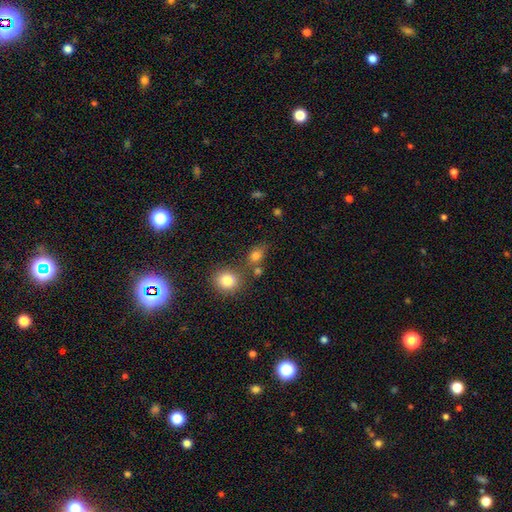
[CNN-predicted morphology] A smooth galaxy with no disk features (80%) that is in between round and cigar-shaped (55%).

Vote fractions:
- Smooth or featured? smooth: 80% / star or artifact: 13% / featured or disk: 8%
- How rounded? in between: 55% / round: 42% / cigar-shaped: 2%
- Merging? none: 61% / merger: 19% / minor disturbance: 14% / major disturbance: 6%